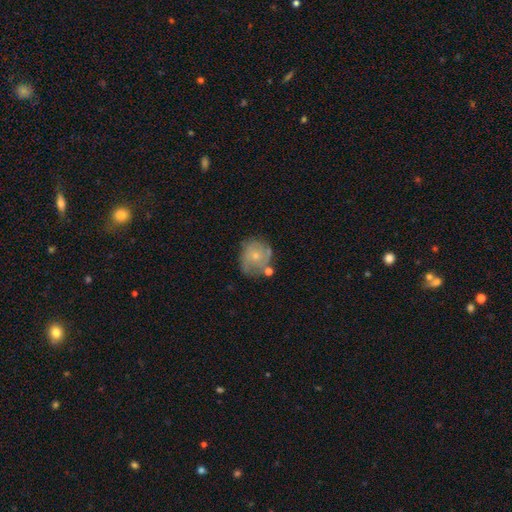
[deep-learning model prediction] The model was most divided on "smooth or featured": featured or disk: 51%, smooth: 41%, star or artifact: 8%. More confident: edge-on disk — no (98%); merging — none (56%).